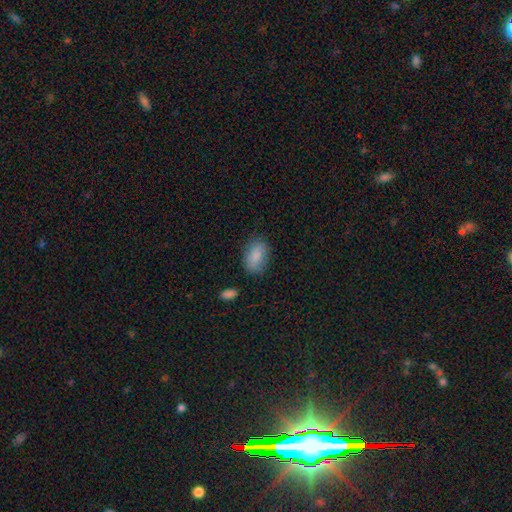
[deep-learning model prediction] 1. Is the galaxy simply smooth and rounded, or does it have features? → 87% smooth, 7% star or artifact, 6% featured or disk.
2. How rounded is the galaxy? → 90% in between, 8% round, 2% cigar-shaped.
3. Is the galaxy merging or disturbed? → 79% none, 15% minor disturbance, 4% major disturbance, 2% merger.